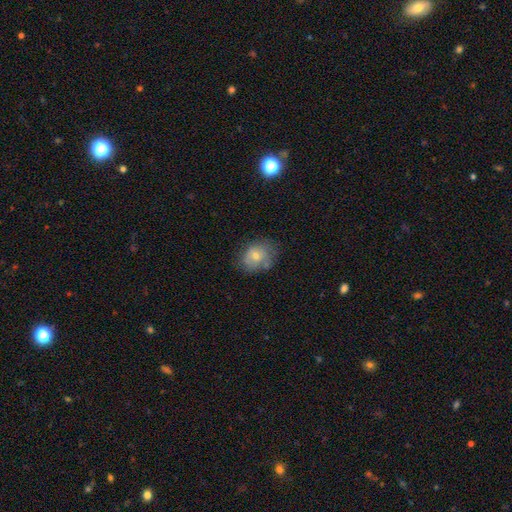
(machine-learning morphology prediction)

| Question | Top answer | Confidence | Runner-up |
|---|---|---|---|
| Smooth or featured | smooth | 66% | featured or disk (24%) |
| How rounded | in between | 51% | round (48%) |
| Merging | none | 55% | minor disturbance (29%) |